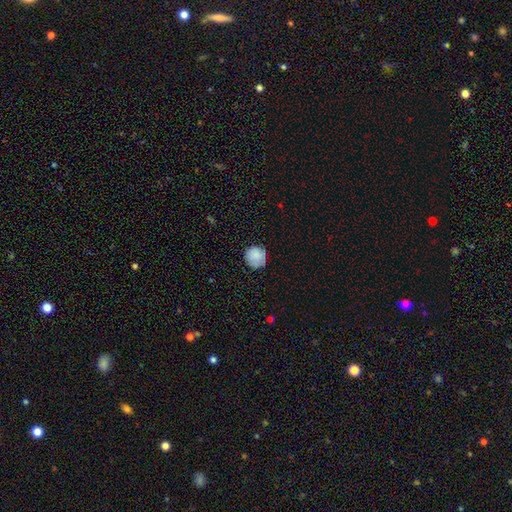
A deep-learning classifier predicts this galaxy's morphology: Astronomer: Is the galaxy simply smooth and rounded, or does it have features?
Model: smooth — 83%.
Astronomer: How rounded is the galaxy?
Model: round — 91%.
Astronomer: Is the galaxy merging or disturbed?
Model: none — 79%.